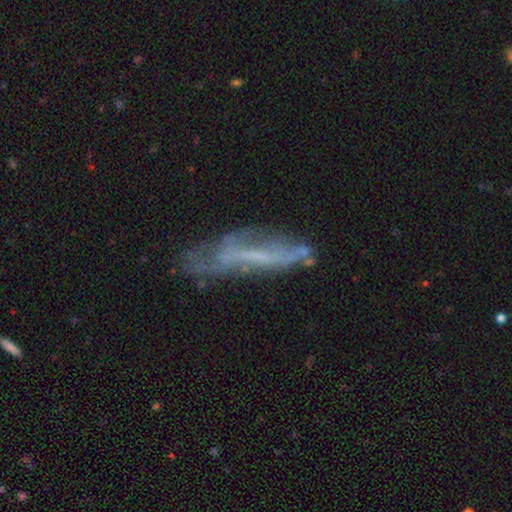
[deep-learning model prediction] Smooth or featured? Predicted: featured or disk (p=0.59). Edge-on disk? Predicted: no (p=0.57). Merging? Predicted: none (p=0.49).